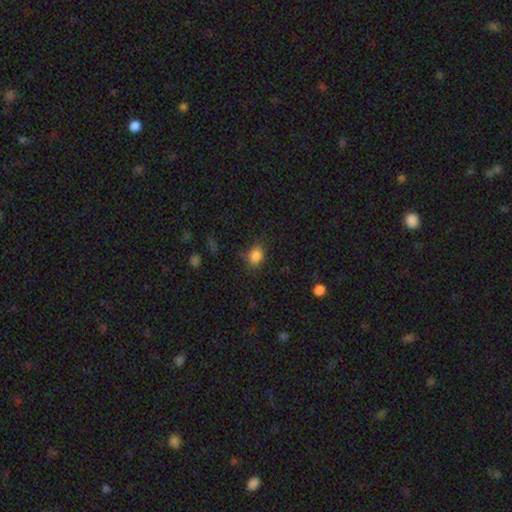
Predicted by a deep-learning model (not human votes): A smooth galaxy with no disk features (84%) that is in between round and cigar-shaped (59%). Merging: none (73%).